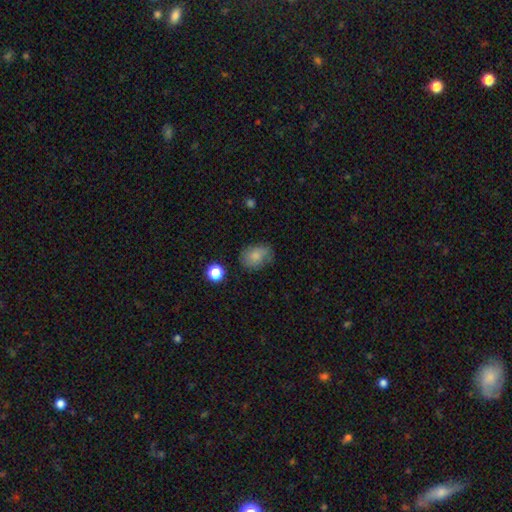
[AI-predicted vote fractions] Smooth or featured? Predicted: smooth (p=0.76). How rounded? Predicted: in between (p=0.68). Merging? Predicted: none (p=0.63).